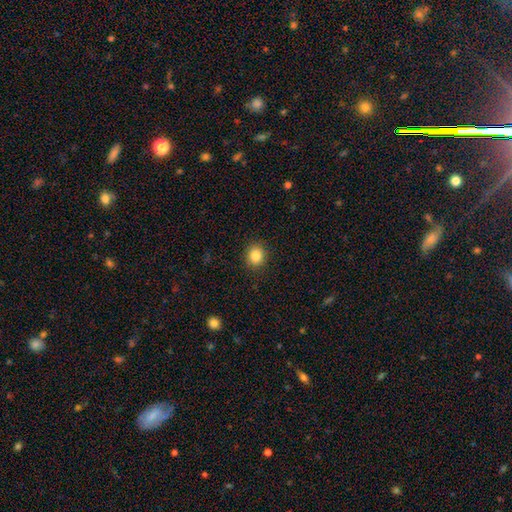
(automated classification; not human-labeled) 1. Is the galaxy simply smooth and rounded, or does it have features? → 85% smooth, 10% star or artifact, 5% featured or disk.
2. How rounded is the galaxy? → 83% round, 16% in between, 1% cigar-shaped.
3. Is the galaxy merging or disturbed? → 90% none, 7% minor disturbance, 2% major disturbance, 1% merger.